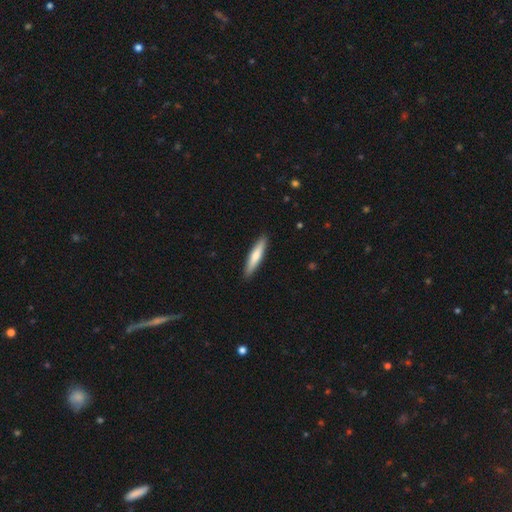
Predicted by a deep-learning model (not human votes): Q: Smooth or featured?
A: smooth (68%); runner-up: featured or disk (28%)
Q: How rounded?
A: cigar-shaped (87%); runner-up: in between (11%)
Q: Merging?
A: none (91%); runner-up: minor disturbance (7%)